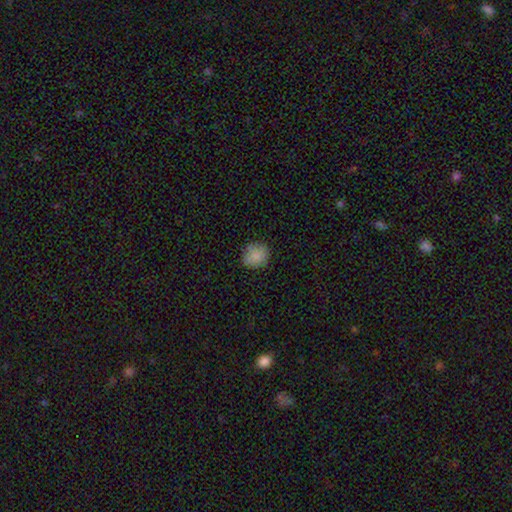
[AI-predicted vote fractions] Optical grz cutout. It shows a smooth galaxy with no disk features (84%) that is round (80%). Merging: none (80%).